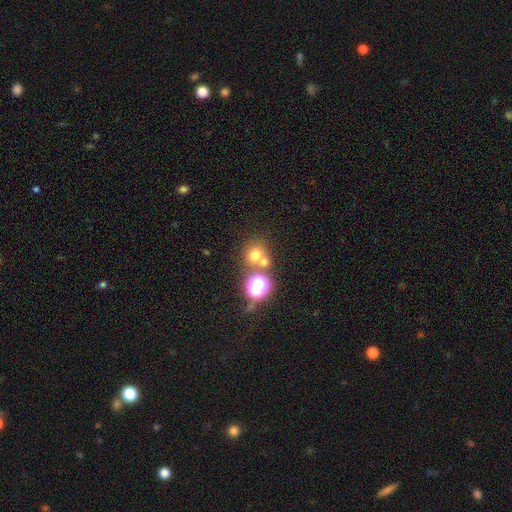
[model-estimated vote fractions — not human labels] Morphology: type=smooth (64%); roundness=round (85%); merging=none (55%).